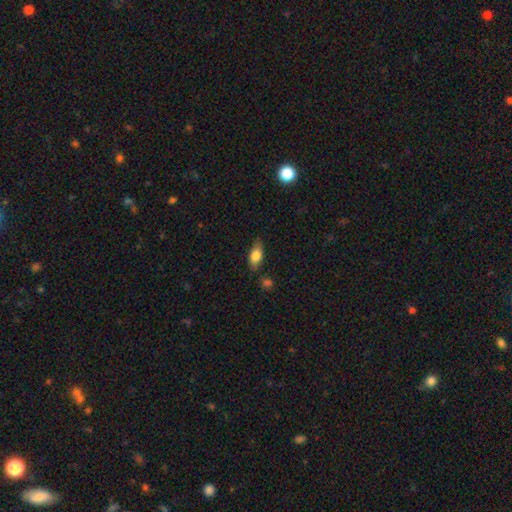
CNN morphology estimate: Smooth or featured?
  - smooth: 77% *
  - featured or disk: 16%
  - star or artifact: 7%
How rounded?
  - in between: 85% *
  - cigar-shaped: 10%
  - round: 5%
Merging?
  - none: 75% *
  - minor disturbance: 18%
  - major disturbance: 4%
  - merger: 3%